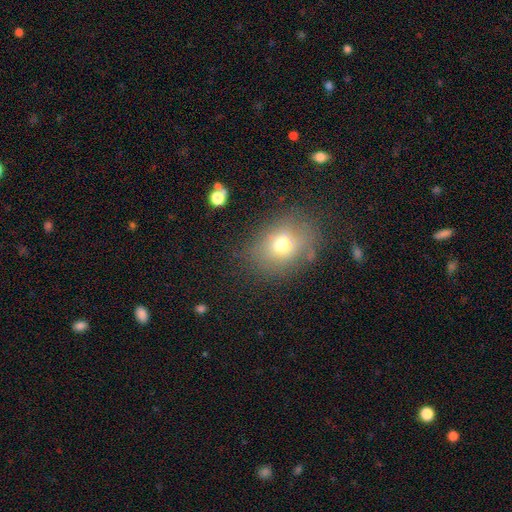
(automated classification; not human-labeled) Smooth or featured? Predicted: smooth (p=0.67). How rounded? Predicted: in between (p=0.51). Merging? Predicted: none (p=0.77).